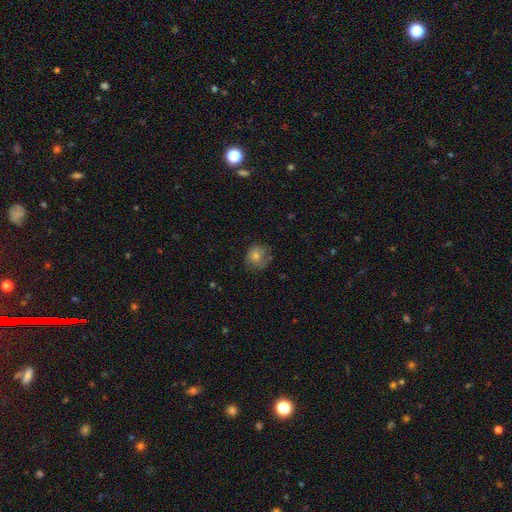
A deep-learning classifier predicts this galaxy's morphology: Smooth or featured: smooth — 63% (featured or disk — 23%)
How rounded: round — 81% (in between — 18%)
Merging: none — 67% (minor disturbance — 23%)